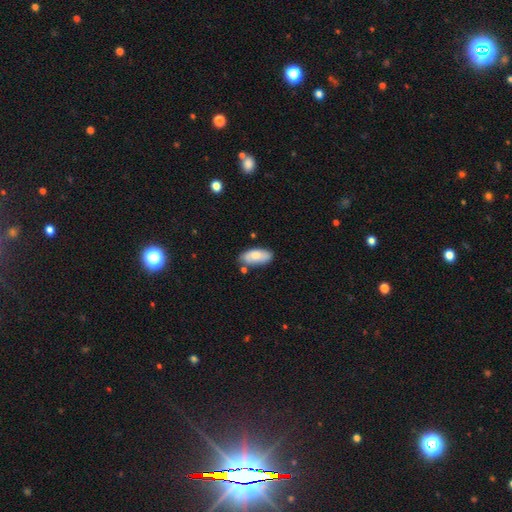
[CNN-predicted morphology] A smooth galaxy with no disk features (76%) that is in between round and cigar-shaped (90%). Merging: none (72%).